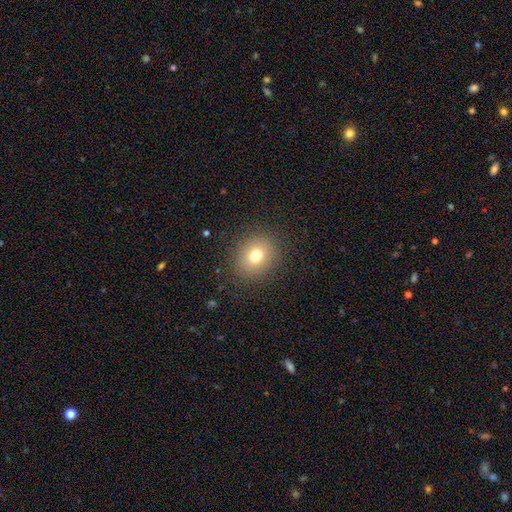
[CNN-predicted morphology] Smooth or featured? smooth (76%)
How rounded? round (71%)
Merging? none (87%)